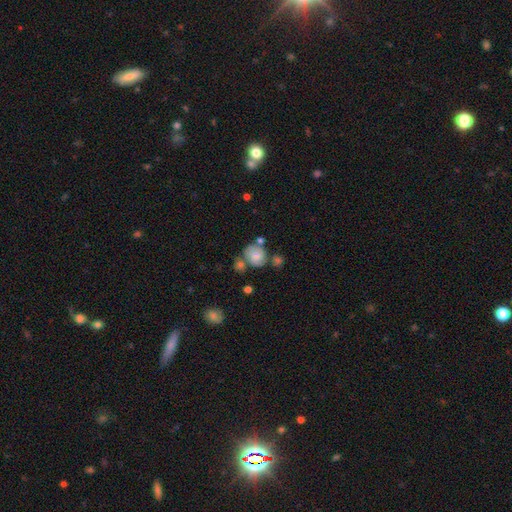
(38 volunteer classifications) Smooth or featured: smooth — 63% (featured or disk — 32%)
How rounded: round — 71% (in between — 29%)
Merging: none — 53% (merger — 19%)